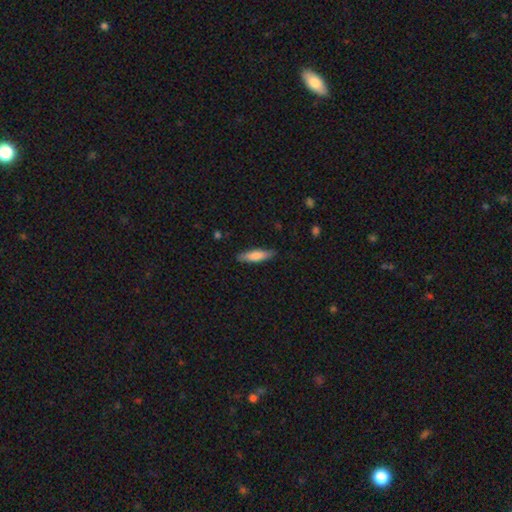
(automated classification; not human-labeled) Morphology: type=smooth (74%); roundness=cigar-shaped (69%); merging=none (85%).